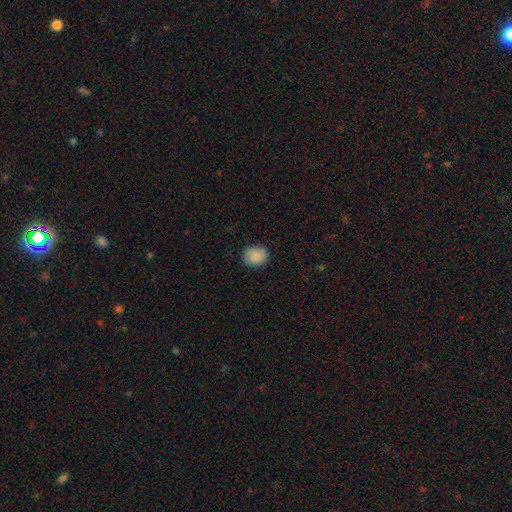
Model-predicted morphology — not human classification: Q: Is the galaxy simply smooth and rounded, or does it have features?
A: smooth — 89%.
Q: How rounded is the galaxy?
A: round — 73%.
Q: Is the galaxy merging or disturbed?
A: none — 86%.